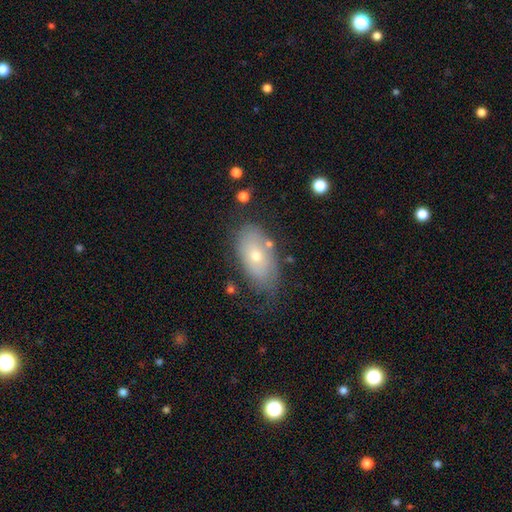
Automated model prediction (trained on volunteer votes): Smooth or featured: smooth — 56% (featured or disk — 35%)
How rounded: in between — 91% (round — 6%)
Merging: none — 65% (minor disturbance — 23%)